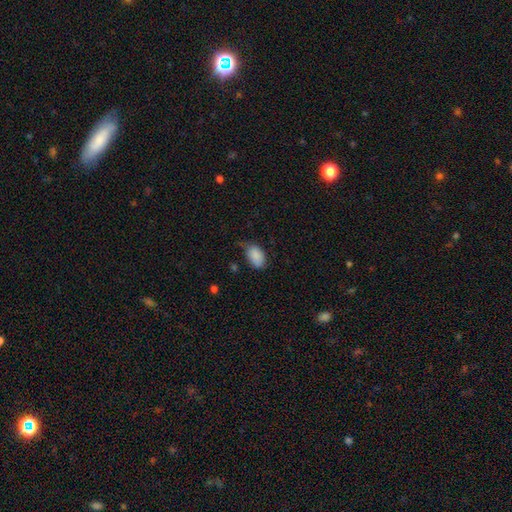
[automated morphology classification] This appears to be a smooth galaxy with no disk features (87%) that is in between round and cigar-shaped (89%). Merging: none (49%).